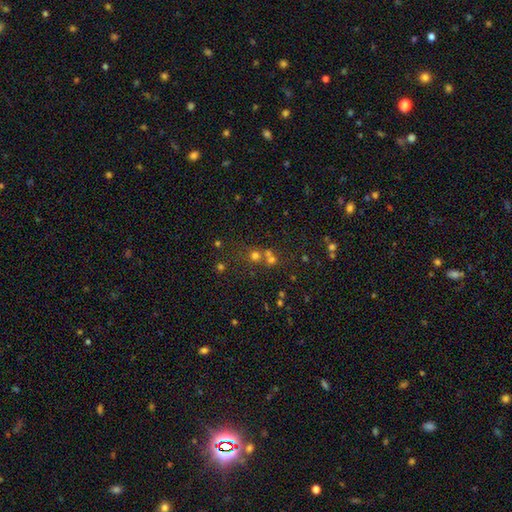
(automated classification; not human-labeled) Smooth or featured? smooth (50%)
How rounded? round (85%)
Merging? none (52%)